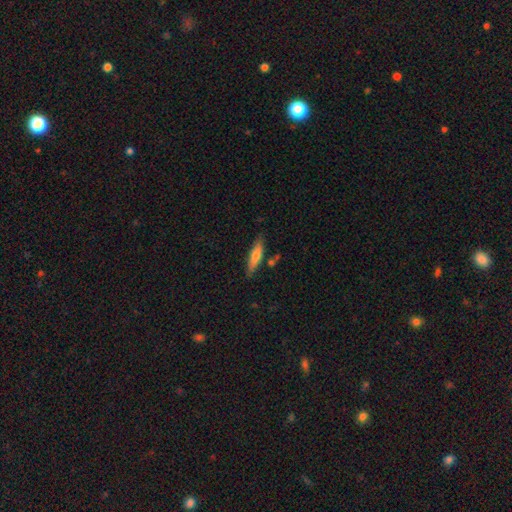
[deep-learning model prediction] A smooth galaxy with no disk features (58%) that is cigar-shaped (76%).

Vote fractions:
- Smooth or featured? smooth: 58% / featured or disk: 36% / star or artifact: 6%
- How rounded? cigar-shaped: 76% / in between: 22% / round: 2%
- Merging? none: 81% / minor disturbance: 12% / merger: 4% / major disturbance: 2%